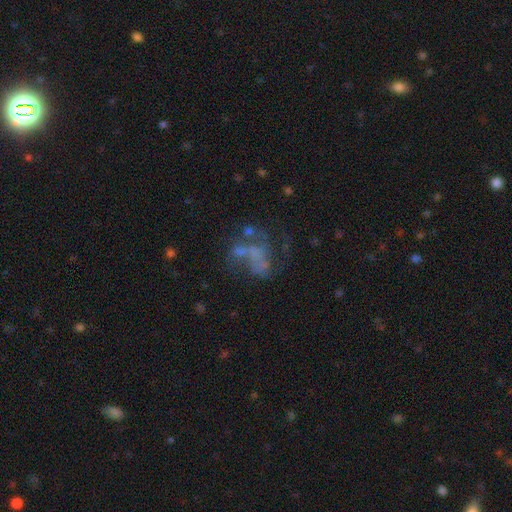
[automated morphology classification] featured or disk 53%, smooth 26%, star or artifact 21%. Down the decision tree: edge-on disk — no (98%); bar — no (86%); spiral arms — no (76%); bulge size — none (76%); merging — major disturbance (35%).